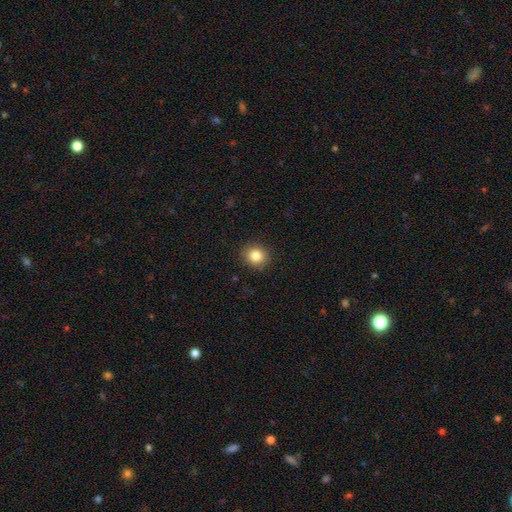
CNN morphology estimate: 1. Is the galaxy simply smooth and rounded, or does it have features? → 84% smooth, 11% star or artifact, 6% featured or disk.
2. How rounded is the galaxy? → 84% round, 16% in between, 1% cigar-shaped.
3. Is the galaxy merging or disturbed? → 90% none, 7% minor disturbance, 2% major disturbance, 1% merger.